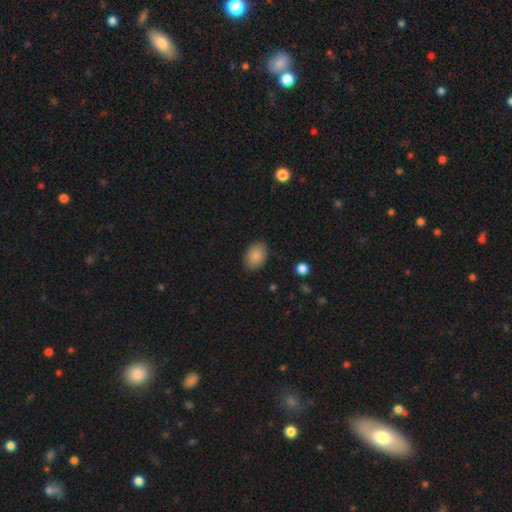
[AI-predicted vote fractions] Smooth or featured?
  - smooth: 88% *
  - star or artifact: 8%
  - featured or disk: 5%
How rounded?
  - in between: 77% *
  - round: 22%
  - cigar-shaped: 1%
Merging?
  - none: 87% *
  - minor disturbance: 10%
  - major disturbance: 2%
  - merger: 1%